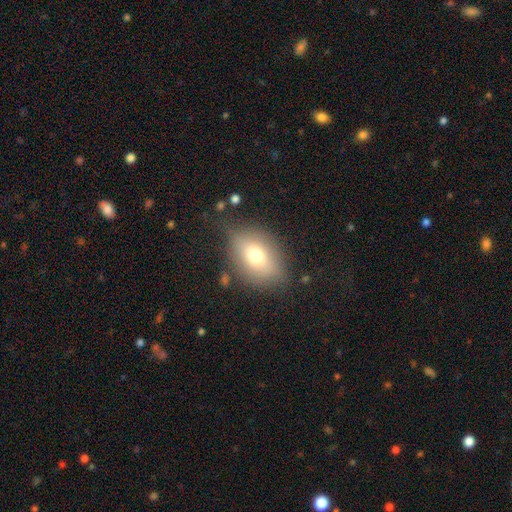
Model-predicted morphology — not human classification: The model was most divided on "smooth or featured": smooth: 69%, featured or disk: 21%, star or artifact: 11%. More confident: how rounded — in between (75%); merging — none (71%).